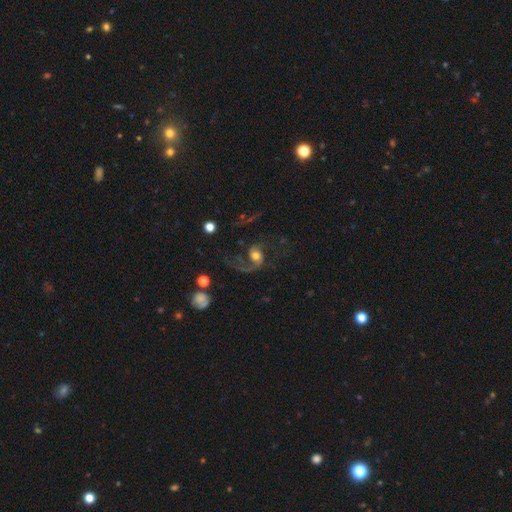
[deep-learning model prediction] Overall: featured or disk (77%). Edge-on disk: no (97%). Bar: no (66%; weak 26%). Spiral arms: yes (93%). Spiral arm count: 2 (65%; 1 28%). Spiral winding: loose (61%; medium 33%). Bulge size: moderate (62%). Merging: none (44%; major disturbance 37%).